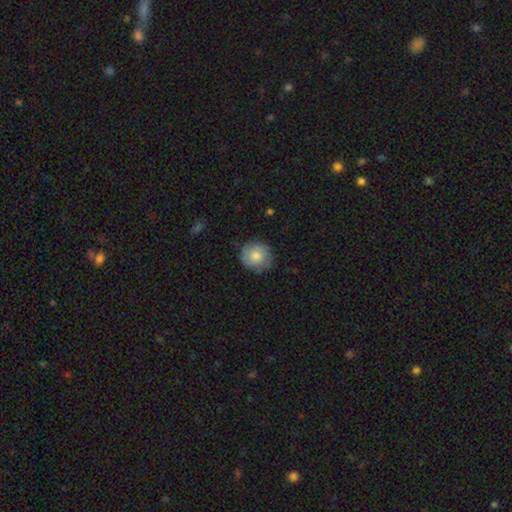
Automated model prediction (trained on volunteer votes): smooth-or-featured: smooth: 77% | featured or disk: 16% | star or artifact: 7%
  how-rounded: round: 89% | in between: 10% | cigar-shaped: 1%
  merging: none: 78% | minor disturbance: 17% | major disturbance: 4% | merger: 1%